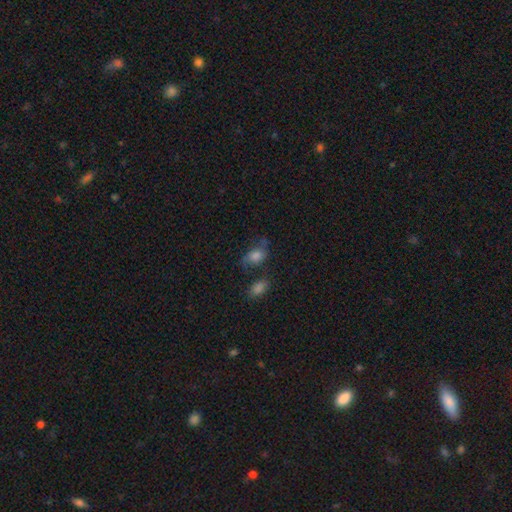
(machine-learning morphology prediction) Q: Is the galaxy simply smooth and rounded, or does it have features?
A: smooth — 57%.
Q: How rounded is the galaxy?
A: in between — 74%.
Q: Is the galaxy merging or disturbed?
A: none — 48%.